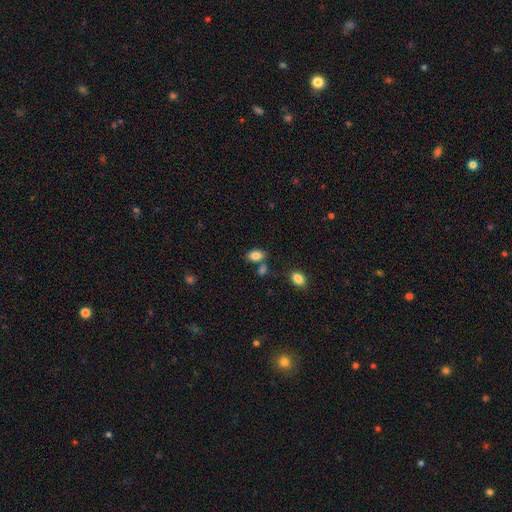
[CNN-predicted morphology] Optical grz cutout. It shows a smooth galaxy with no disk features (85%) that is in between round and cigar-shaped (87%). Merging: none (65%).